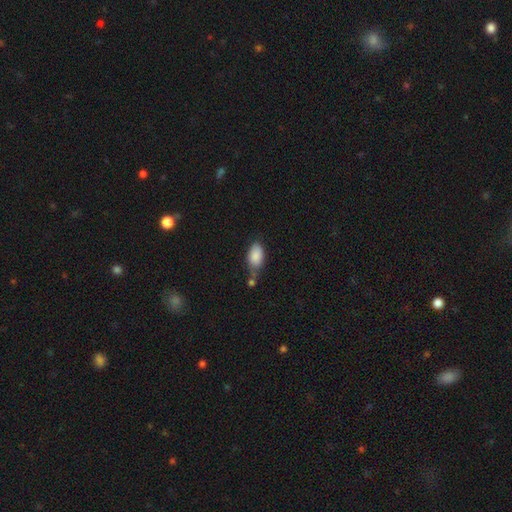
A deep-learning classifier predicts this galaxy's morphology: This is clearly a smooth galaxy (86%). How rounded: clearly in between (92%). Merging: possibly none (46%).